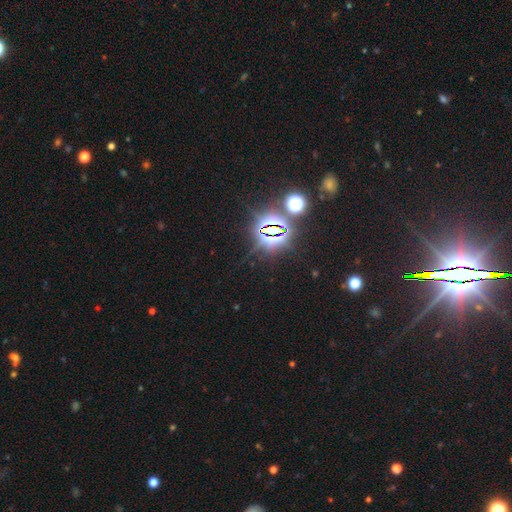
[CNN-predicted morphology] Smooth or featured?
  - star or artifact: 84% *
  - smooth: 8%
  - featured or disk: 7%